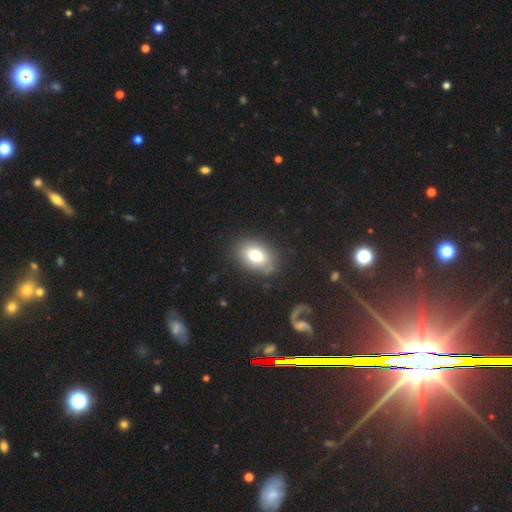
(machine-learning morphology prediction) Smooth or featured?
  - smooth: 76% *
  - featured or disk: 14%
  - star or artifact: 10%
How rounded?
  - in between: 76% *
  - round: 23%
  - cigar-shaped: 1%
Merging?
  - none: 81% *
  - minor disturbance: 12%
  - major disturbance: 4%
  - merger: 2%